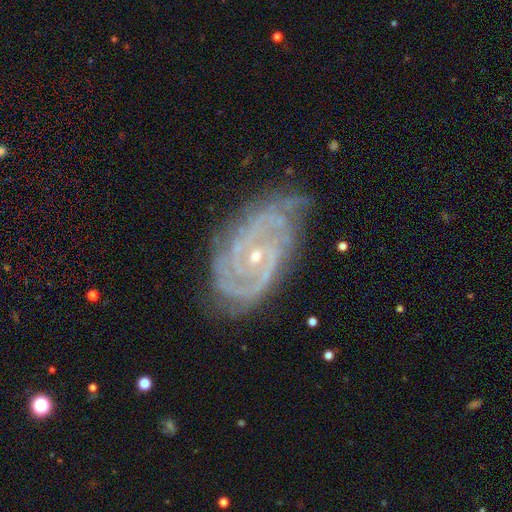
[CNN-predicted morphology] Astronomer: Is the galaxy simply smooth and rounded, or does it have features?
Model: featured or disk — 90%.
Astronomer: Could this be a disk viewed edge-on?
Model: no — 97%.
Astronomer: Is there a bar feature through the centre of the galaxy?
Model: no — 64%.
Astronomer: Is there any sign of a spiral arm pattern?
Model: yes — 98%.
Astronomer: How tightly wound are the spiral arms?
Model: tight — 68%.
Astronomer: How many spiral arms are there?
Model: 2 — 37% (runner-up: 3, 23%).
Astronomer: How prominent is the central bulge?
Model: small — 78%.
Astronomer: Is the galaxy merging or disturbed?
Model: none — 69%.